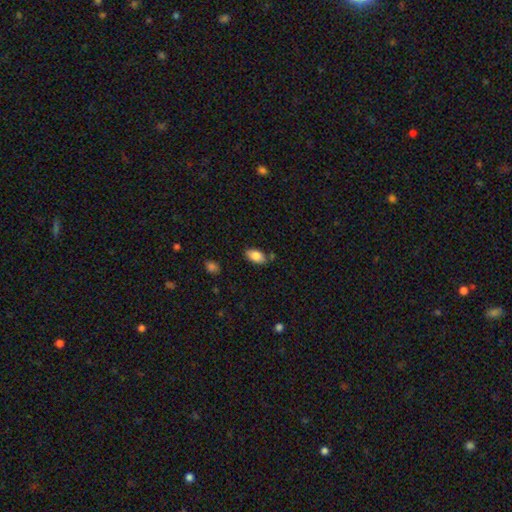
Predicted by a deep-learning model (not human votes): smooth-or-featured: smooth: 85% | featured or disk: 8% | star or artifact: 7%
  how-rounded: in between: 93% | round: 4% | cigar-shaped: 3%
  merging: none: 77% | minor disturbance: 15% | merger: 5% | major disturbance: 3%